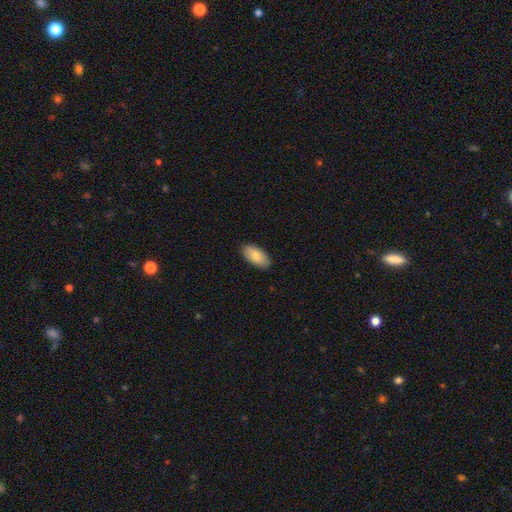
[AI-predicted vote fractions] Morphology: type=smooth (83%); roundness=in between (94%); merging=none (88%).